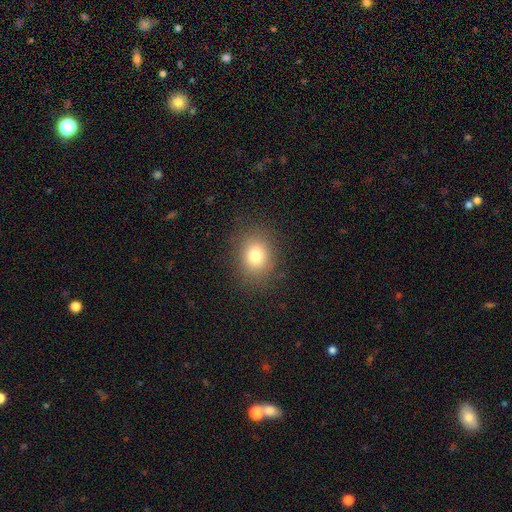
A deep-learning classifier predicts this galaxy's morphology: Smooth or featured? smooth (77%)
How rounded? round (59%)
Merging? none (85%)